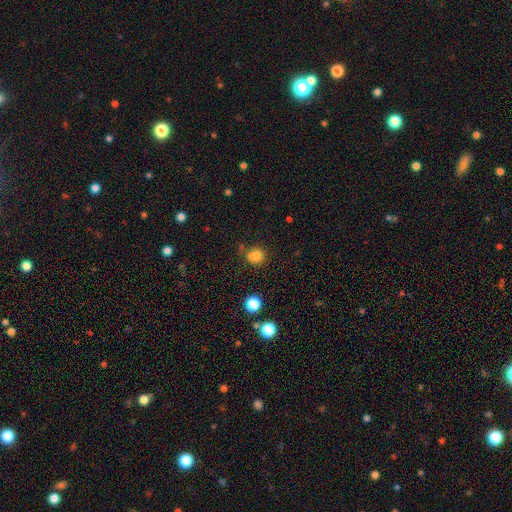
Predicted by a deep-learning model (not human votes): The model was most divided on "merging": none: 60%, merger: 20%, minor disturbance: 15%, major disturbance: 5%. More confident: how rounded — round (83%); smooth or featured — smooth (79%).